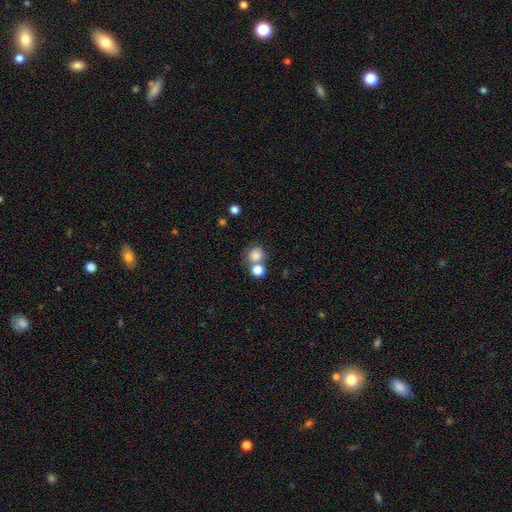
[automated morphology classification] smooth_or_featured: smooth (p=0.81) [alt: star or artifact p=0.11]
how_rounded: round (p=0.82) [alt: in between p=0.17]
merging: none (p=0.51) [alt: merger p=0.34]